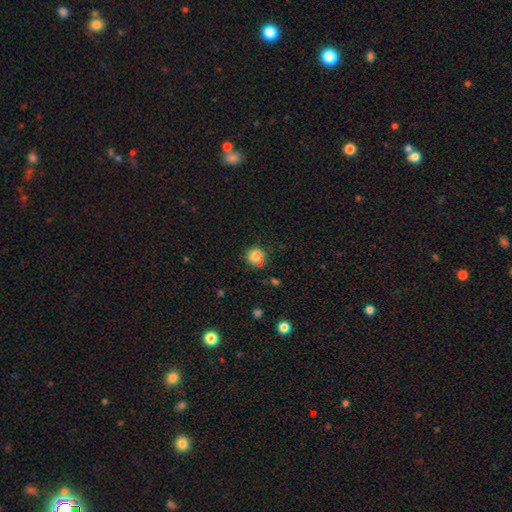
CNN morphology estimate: Smooth or featured?
  - smooth: 70% *
  - star or artifact: 21%
  - featured or disk: 9%
How rounded?
  - round: 90% *
  - in between: 9%
  - cigar-shaped: 1%
Merging?
  - none: 77% *
  - minor disturbance: 14%
  - major disturbance: 6%
  - merger: 4%